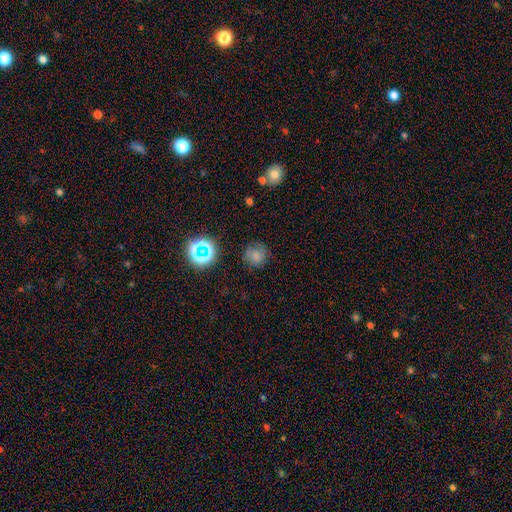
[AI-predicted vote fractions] This appears to be a smooth galaxy with no disk features (74%) that is round (92%). Merging: none (81%).